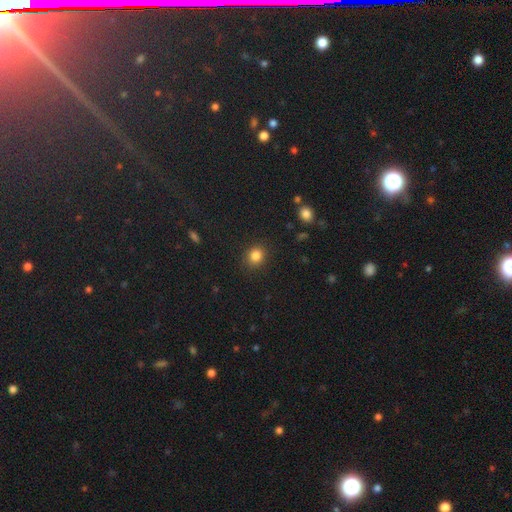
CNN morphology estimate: Smooth or featured?
  - smooth: 84% *
  - star or artifact: 11%
  - featured or disk: 5%
How rounded?
  - round: 79% *
  - in between: 20%
  - cigar-shaped: 1%
Merging?
  - none: 88% *
  - minor disturbance: 8%
  - major disturbance: 3%
  - merger: 1%